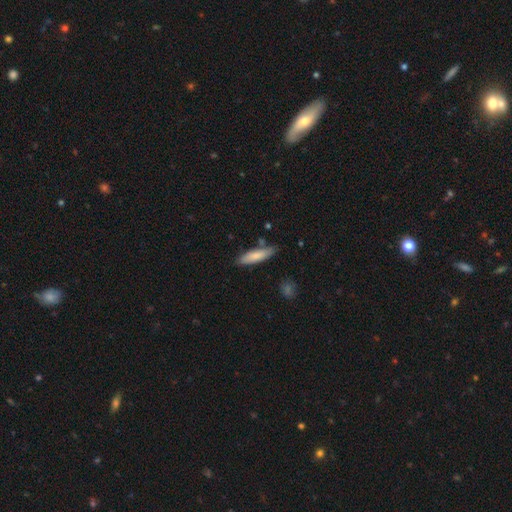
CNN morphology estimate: A smooth galaxy with no disk features (79%) that is cigar-shaped (65%). Merging: none (79%).